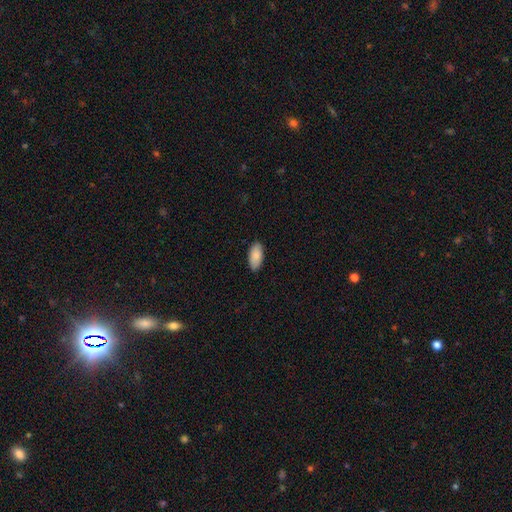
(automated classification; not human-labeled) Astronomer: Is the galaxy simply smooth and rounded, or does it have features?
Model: smooth — 88%.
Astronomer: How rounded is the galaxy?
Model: in between — 92%.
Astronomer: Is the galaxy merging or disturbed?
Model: none — 88%.